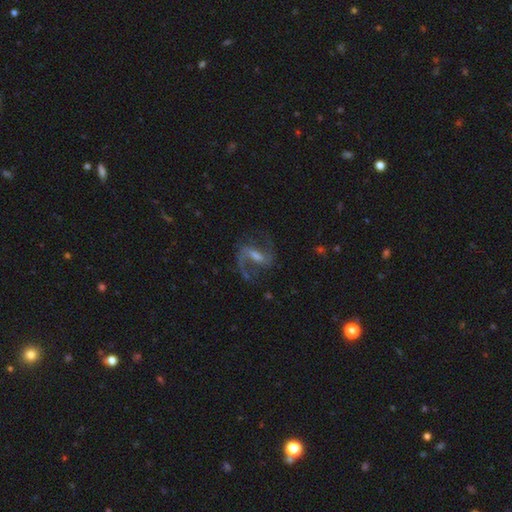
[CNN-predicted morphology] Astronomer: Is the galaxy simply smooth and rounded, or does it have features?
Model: featured or disk — 86%.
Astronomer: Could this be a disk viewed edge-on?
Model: no — 97%.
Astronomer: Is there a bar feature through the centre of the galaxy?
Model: weak — 49% (runner-up: strong, 36%).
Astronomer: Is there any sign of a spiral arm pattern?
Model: yes — 96%.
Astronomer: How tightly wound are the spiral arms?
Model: loose — 49% (runner-up: medium, 44%).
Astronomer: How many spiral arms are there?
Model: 2 — 89%.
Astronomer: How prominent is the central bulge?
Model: moderate — 38% (runner-up: small, 36%).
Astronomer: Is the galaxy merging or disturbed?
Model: none — 72%.